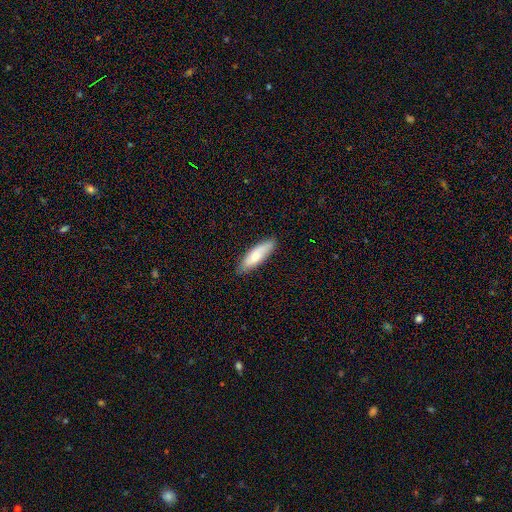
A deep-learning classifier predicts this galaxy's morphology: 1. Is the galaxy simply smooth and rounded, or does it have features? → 75% smooth, 19% featured or disk, 6% star or artifact.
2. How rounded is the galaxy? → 52% cigar-shaped, 46% in between, 2% round.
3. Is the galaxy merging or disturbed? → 83% none, 13% minor disturbance, 2% major disturbance, 1% merger.